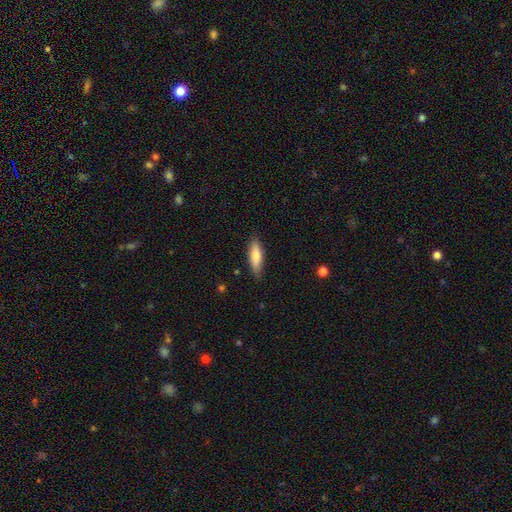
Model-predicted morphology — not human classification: Smooth or featured? smooth (75%)
How rounded? cigar-shaped (50%)
Merging? none (84%)